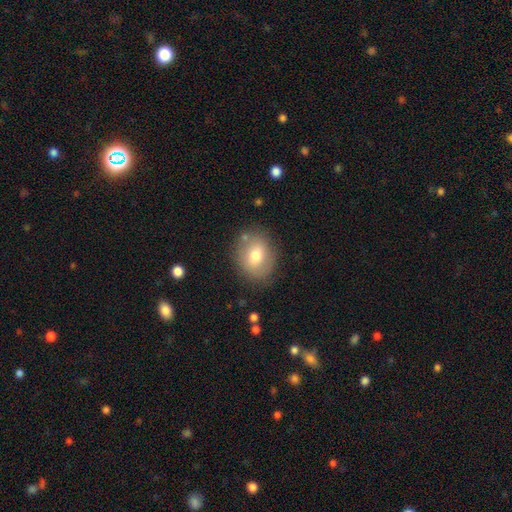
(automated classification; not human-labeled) Overall: smooth (70%). How rounded: round (56%; in between 43%). Merging: none (80%).